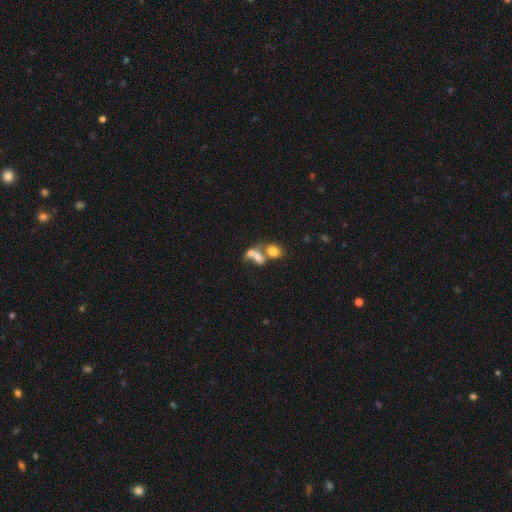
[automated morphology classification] smooth_or_featured: smooth (p=0.61) [alt: featured or disk p=0.26]
how_rounded: in between (p=0.65) [alt: round p=0.33]
merging: merger (p=0.66) [alt: none p=0.19]